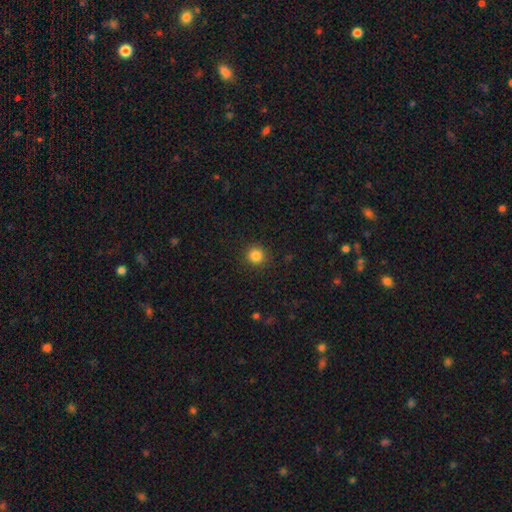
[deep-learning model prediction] This appears to be a smooth galaxy with no disk features (85%) that is round (94%). Merging: none (91%).